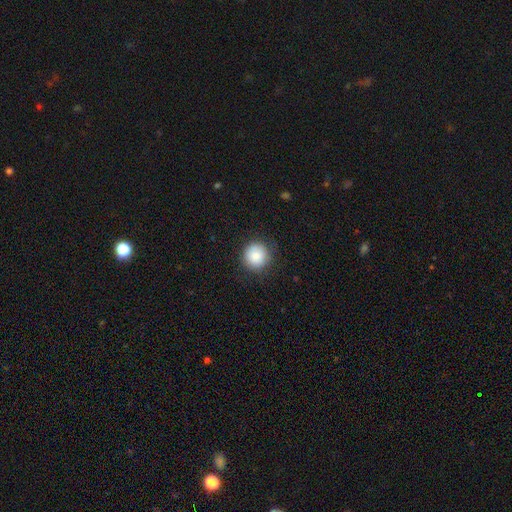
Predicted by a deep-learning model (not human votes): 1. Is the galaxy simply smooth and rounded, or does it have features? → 87% smooth, 8% star or artifact, 5% featured or disk.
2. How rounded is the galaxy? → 93% round, 6% in between, 1% cigar-shaped.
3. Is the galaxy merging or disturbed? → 87% none, 9% minor disturbance, 3% major disturbance, 1% merger.